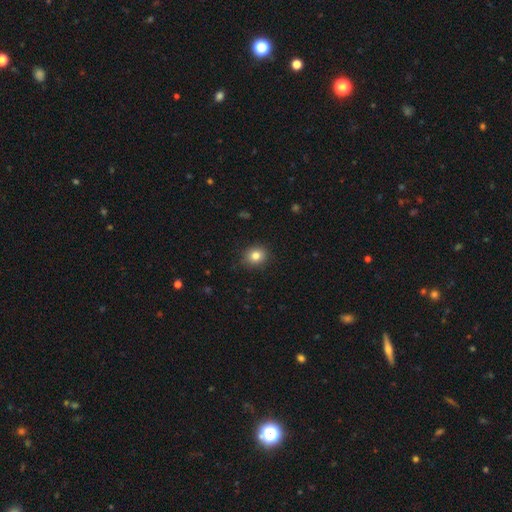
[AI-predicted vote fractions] smooth-or-featured: smooth: 82% | star or artifact: 11% | featured or disk: 7%
  how-rounded: round: 73% | in between: 27% | cigar-shaped: 1%
  merging: none: 90% | minor disturbance: 8% | major disturbance: 2% | merger: 1%